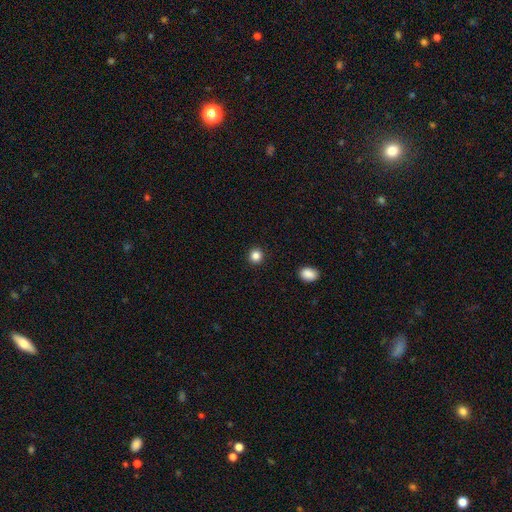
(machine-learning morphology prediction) Smooth or featured: smooth — 85% (star or artifact — 12%)
How rounded: round — 91% (in between — 8%)
Merging: none — 92% (minor disturbance — 5%)